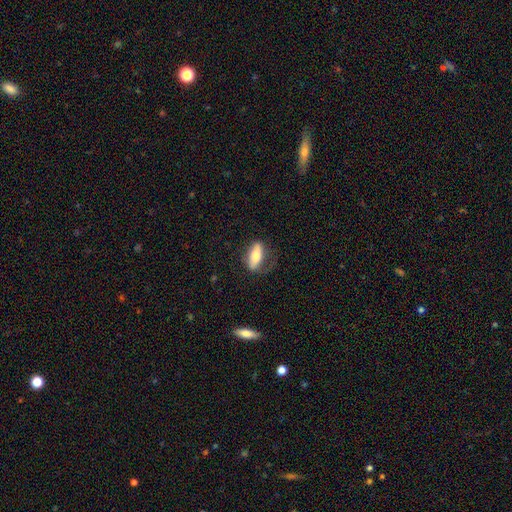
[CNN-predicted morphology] Smooth or featured?
  - smooth: 62% *
  - featured or disk: 32%
  - star or artifact: 6%
How rounded?
  - in between: 65% *
  - cigar-shaped: 31%
  - round: 4%
Merging?
  - none: 62% *
  - minor disturbance: 23%
  - major disturbance: 13%
  - merger: 2%